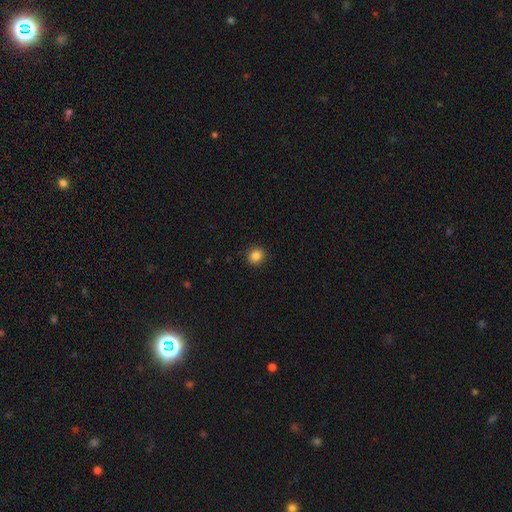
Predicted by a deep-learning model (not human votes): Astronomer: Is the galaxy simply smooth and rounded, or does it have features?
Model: smooth — 86%.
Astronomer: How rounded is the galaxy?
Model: round — 87%.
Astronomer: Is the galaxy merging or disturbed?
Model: none — 91%.